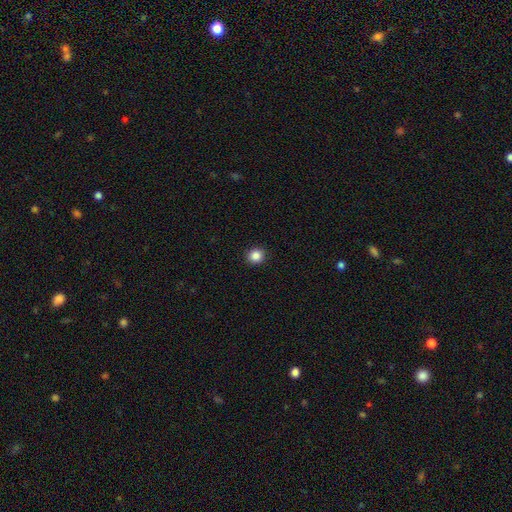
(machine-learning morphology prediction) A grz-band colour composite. It shows a smooth galaxy with no disk features (86%) that is round (86%). Merging: none (91%).